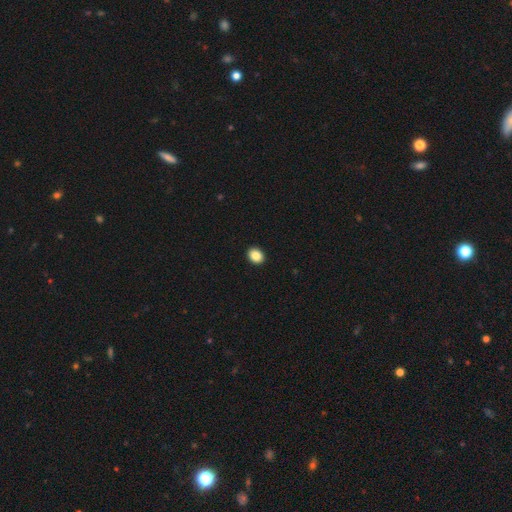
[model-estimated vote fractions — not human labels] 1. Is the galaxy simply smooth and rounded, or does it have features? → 88% smooth, 9% star or artifact, 3% featured or disk.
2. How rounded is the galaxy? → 51% in between, 48% round, 1% cigar-shaped.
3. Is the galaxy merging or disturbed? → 93% none, 5% minor disturbance, 1% major disturbance, 1% merger.